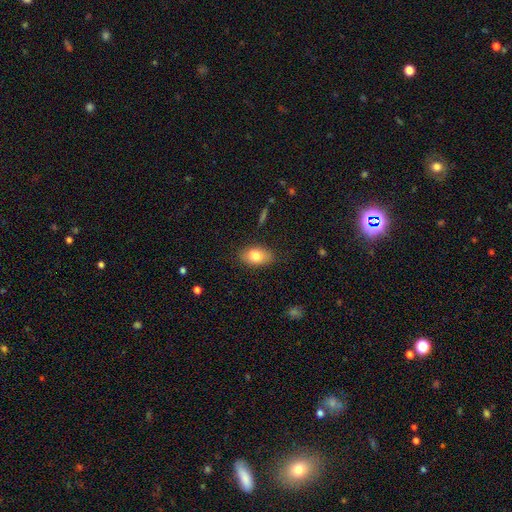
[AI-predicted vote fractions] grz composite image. It shows a smooth galaxy with no disk features (80%) that is in between round and cigar-shaped (89%). Merging: none (83%).